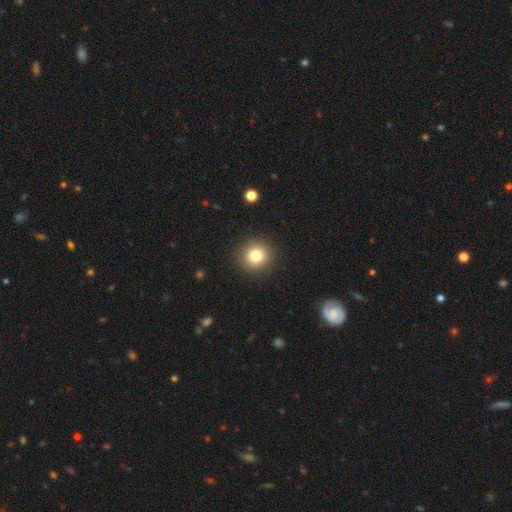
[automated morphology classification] The model was most divided on "smooth or featured": smooth: 81%, star or artifact: 11%, featured or disk: 8%. More confident: how rounded — round (94%); merging — none (91%).